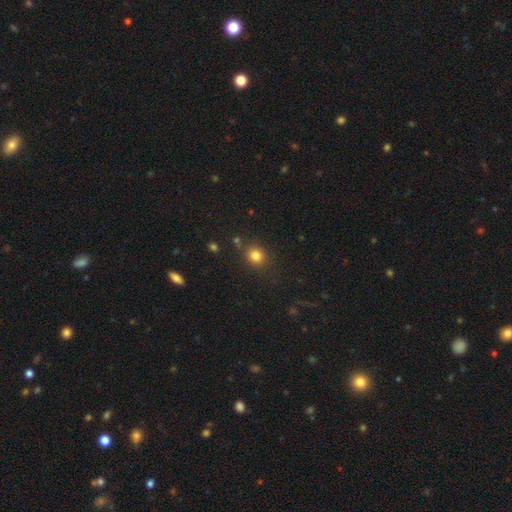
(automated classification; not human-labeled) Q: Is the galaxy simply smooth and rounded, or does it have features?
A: smooth — 82%.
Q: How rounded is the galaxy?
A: round — 84%.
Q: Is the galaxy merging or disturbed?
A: none — 81%.